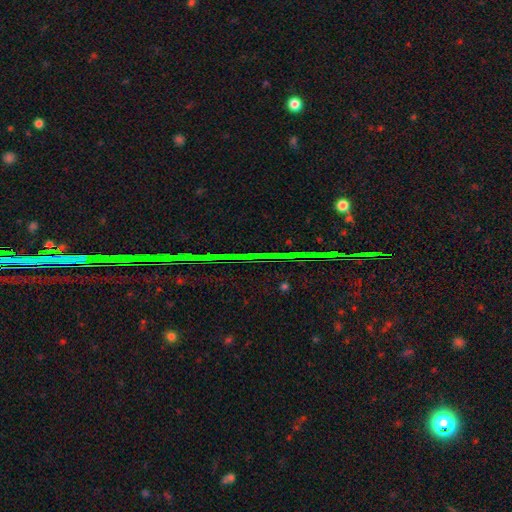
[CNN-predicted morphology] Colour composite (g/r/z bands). It shows a star or artifact, not a galaxy (86%).